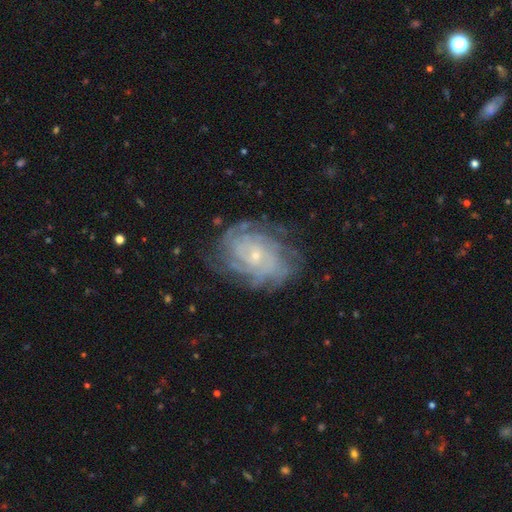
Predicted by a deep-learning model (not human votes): Q: Smooth or featured?
A: featured or disk (85%); runner-up: smooth (8%)
Q: Edge-on disk?
A: no (97%); runner-up: yes (3%)
Q: Bar?
A: no (75%); runner-up: weak (20%)
Q: Spiral arms?
A: yes (95%); runner-up: no (5%)
Q: Spiral winding?
A: tight (73%); runner-up: medium (22%)
Q: Spiral arm count?
A: can't tell (37%); runner-up: 4 (18%)
Q: Bulge size?
A: small (80%); runner-up: moderate (16%)
Q: Merging?
A: none (74%); runner-up: minor disturbance (17%)